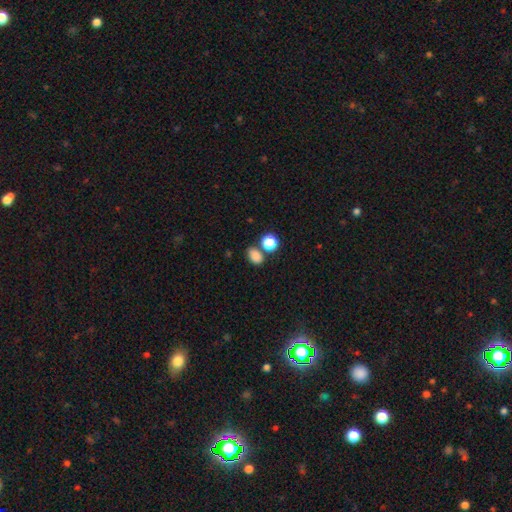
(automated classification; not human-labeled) A smooth galaxy with no disk features (82%) that is in between round and cigar-shaped (68%).

Vote fractions:
- Smooth or featured? smooth: 82% / star or artifact: 13% / featured or disk: 5%
- How rounded? in between: 68% / round: 31% / cigar-shaped: 1%
- Merging? none: 64% / merger: 19% / minor disturbance: 13% / major disturbance: 5%